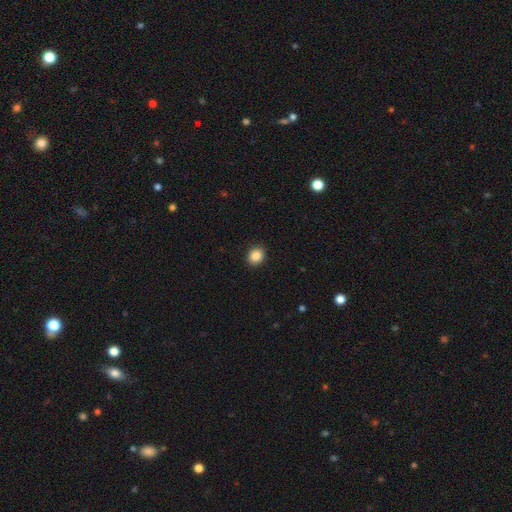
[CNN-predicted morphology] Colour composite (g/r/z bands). It shows a smooth galaxy with no disk features (86%) that is round (68%). Merging: none (91%).